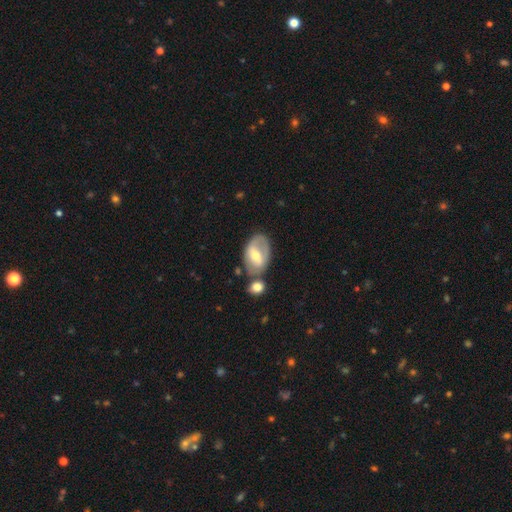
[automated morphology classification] featured or disk 54%, smooth 40%, star or artifact 6%. Down the decision tree: edge-on disk — no (92%); merging — none (50%).